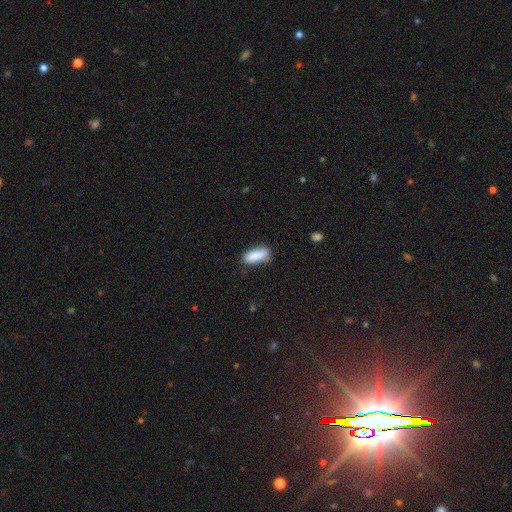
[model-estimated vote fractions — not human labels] Q: Smooth or featured?
A: smooth (87%); runner-up: star or artifact (7%)
Q: How rounded?
A: in between (76%); runner-up: cigar-shaped (22%)
Q: Merging?
A: none (70%); runner-up: minor disturbance (22%)